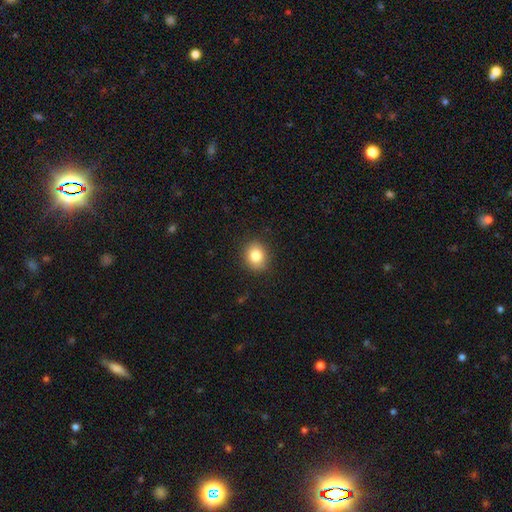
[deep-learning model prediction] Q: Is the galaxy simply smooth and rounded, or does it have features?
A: smooth — 83%.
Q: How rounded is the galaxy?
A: round — 64%.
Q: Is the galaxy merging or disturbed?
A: none — 89%.